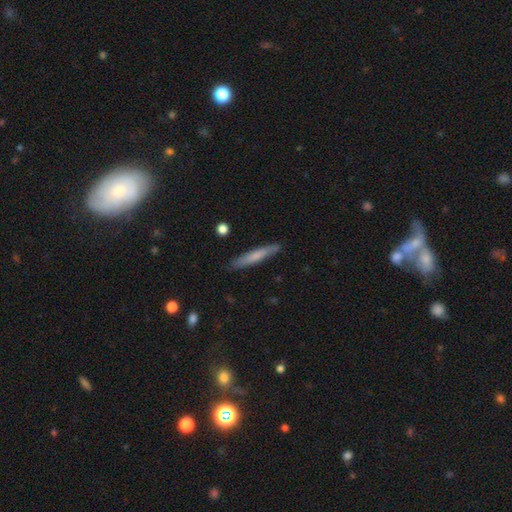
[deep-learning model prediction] Smooth or featured? smooth (64%)
How rounded? cigar-shaped (94%)
Merging? none (88%)